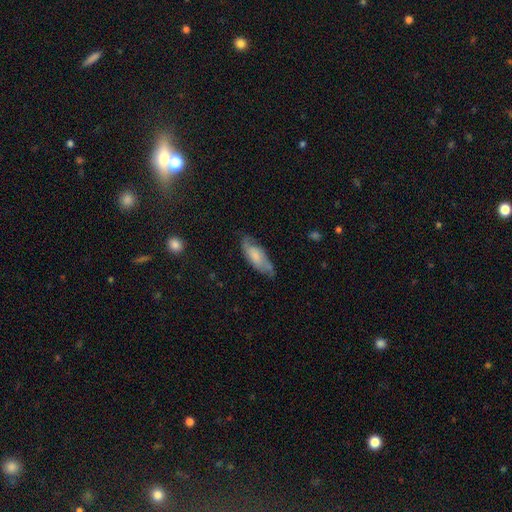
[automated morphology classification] A smooth galaxy with no disk features (59%) that is in between round and cigar-shaped (71%).

Vote fractions:
- Smooth or featured? smooth: 59% / featured or disk: 35% / star or artifact: 6%
- How rounded? in between: 71% / cigar-shaped: 27% / round: 2%
- Merging? none: 64% / minor disturbance: 27% / major disturbance: 7% / merger: 2%